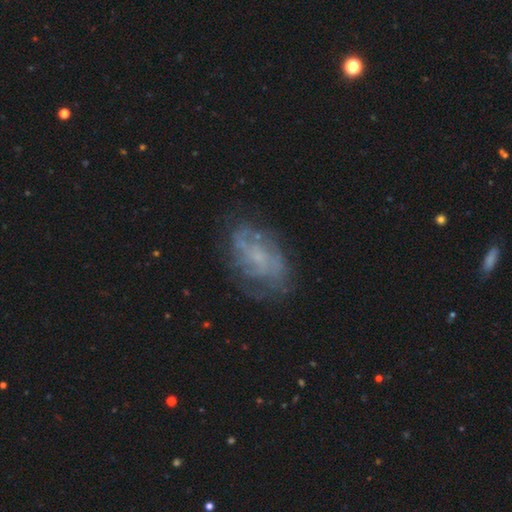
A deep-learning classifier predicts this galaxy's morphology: This is likely a featured or disk galaxy (65%). It is clearly not viewed edge-on (95%). Bar: likely no (67%). Spiral arm pattern: likely yes (74%). Central bulge: possibly small (46%). Merging: likely none (69%).